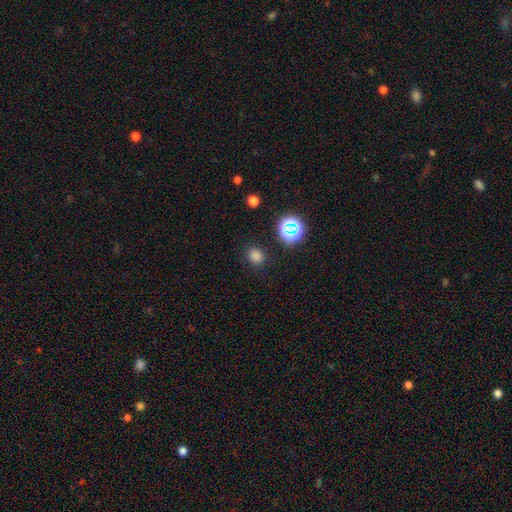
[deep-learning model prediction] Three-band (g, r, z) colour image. It shows a smooth galaxy with no disk features (76%) that is round (72%). Merging: none (85%).